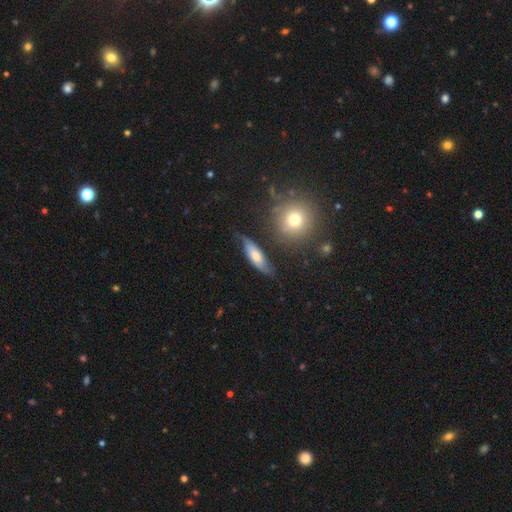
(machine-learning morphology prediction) Smooth or featured? smooth (47%)
Merging? none (66%)